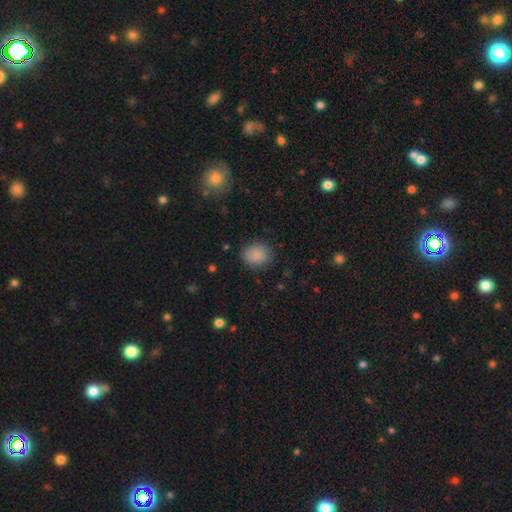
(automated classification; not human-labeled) smooth_or_featured: smooth (p=0.87) [alt: star or artifact p=0.09]
how_rounded: round (p=0.63) [alt: in between p=0.36]
merging: none (p=0.82) [alt: minor disturbance p=0.13]